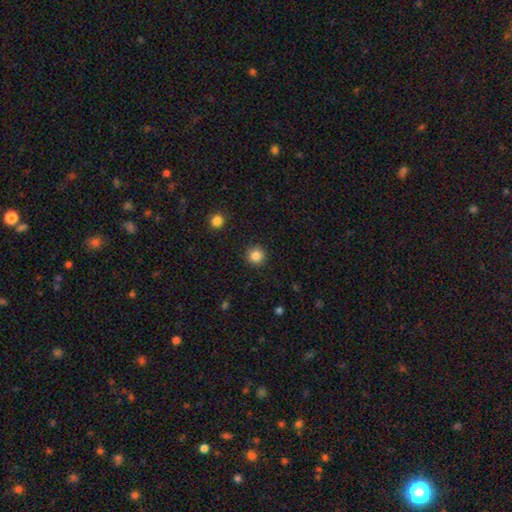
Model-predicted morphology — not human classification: A smooth galaxy with no disk features (84%) that is round (95%).

Vote fractions:
- Smooth or featured? smooth: 84% / star or artifact: 11% / featured or disk: 5%
- How rounded? round: 95% / in between: 4% / cigar-shaped: 1%
- Merging? none: 92% / minor disturbance: 5% / major disturbance: 2% / merger: 1%